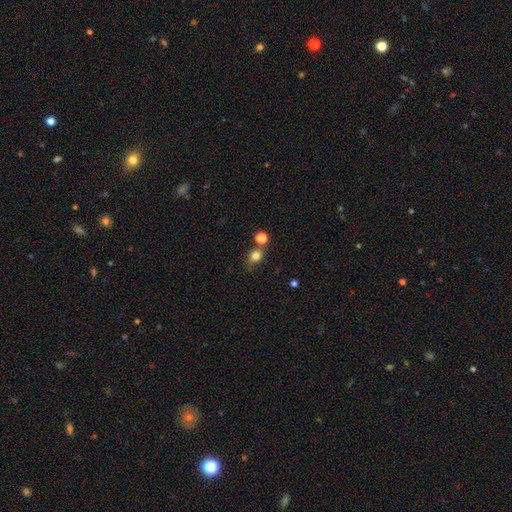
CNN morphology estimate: Smooth or featured? Predicted: smooth (p=0.80). How rounded? Predicted: round (p=0.58). Merging? Predicted: none (p=0.61).